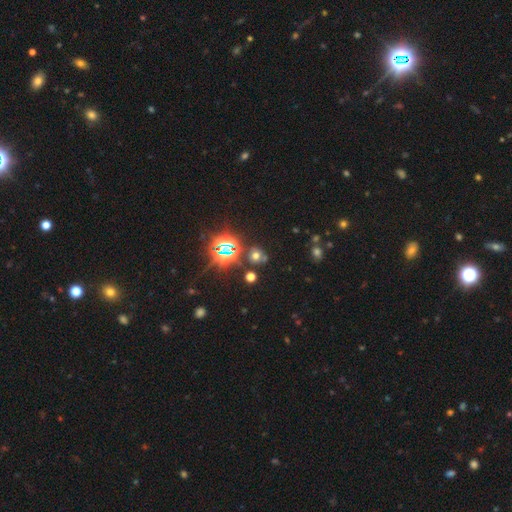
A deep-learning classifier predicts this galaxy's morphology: smooth_or_featured: smooth (p=0.47) [alt: star or artifact p=0.44]
merging: none (p=0.74) [alt: merger p=0.11]